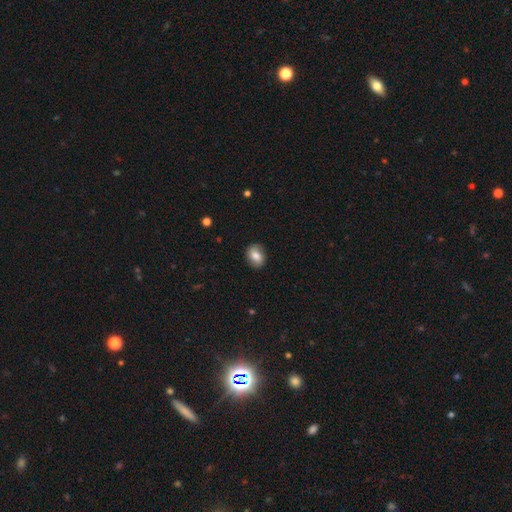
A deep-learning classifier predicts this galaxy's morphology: Smooth or featured?
  - smooth: 79% *
  - featured or disk: 13%
  - star or artifact: 8%
How rounded?
  - in between: 64% *
  - round: 34%
  - cigar-shaped: 1%
Merging?
  - none: 86% *
  - minor disturbance: 10%
  - major disturbance: 2%
  - merger: 1%